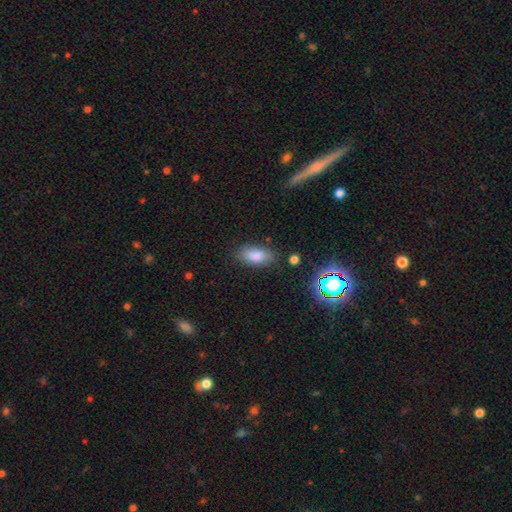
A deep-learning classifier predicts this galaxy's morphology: The model was most divided on "merging": none: 80%, minor disturbance: 14%, major disturbance: 4%, merger: 2%. More confident: how rounded — in between (89%); smooth or featured — smooth (84%).